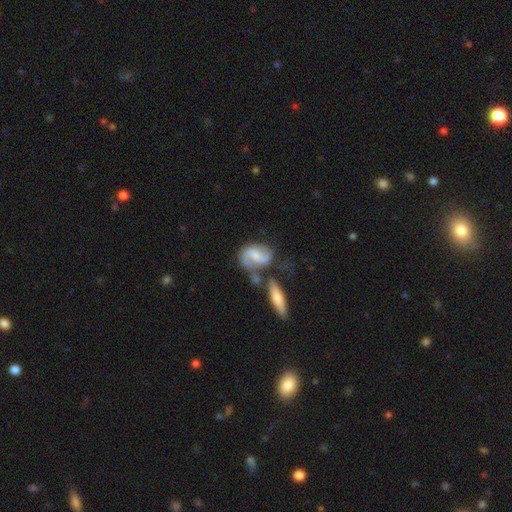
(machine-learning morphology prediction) A featured or disk galaxy (75%) with a weak bar (49%), 2 (86%) medium (50%) spiral arms (94%) and a moderate central bulge (42%).

Vote fractions:
- Smooth or featured? featured or disk: 75% / smooth: 20% / star or artifact: 6%
- Edge-on disk? no: 95% / yes: 5%
- Bar? weak: 49% / no: 37% / strong: 15%
- Spiral arms? yes: 94% / no: 6%
- Spiral winding? medium: 50% / loose: 33% / tight: 17%
- Spiral arm count? 2: 86% / can't tell: 6% / 1: 5% / 3: 2% / 4: 1% / more than 4: 1%
- Bulge size? moderate: 42% / small: 40% / none: 13% / large: 5% / dominant: 1%
- Merging? none: 45% / merger: 28% / minor disturbance: 17% / major disturbance: 10%